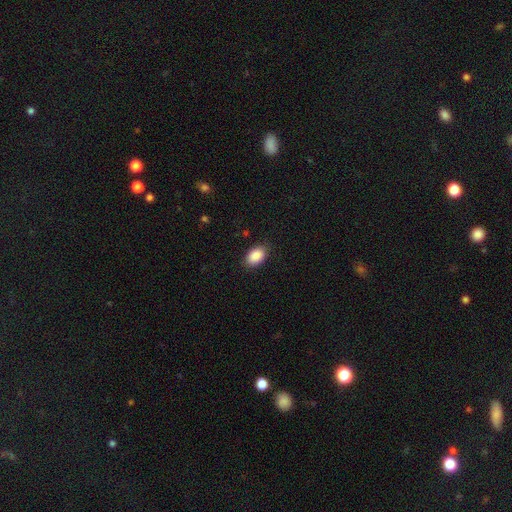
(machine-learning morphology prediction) smooth_or_featured: smooth (p=0.90) [alt: star or artifact p=0.07]
how_rounded: in between (p=0.89) [alt: round p=0.10]
merging: none (p=0.86) [alt: minor disturbance p=0.10]